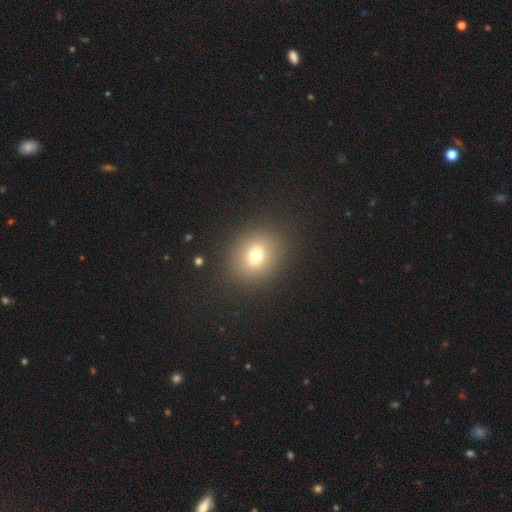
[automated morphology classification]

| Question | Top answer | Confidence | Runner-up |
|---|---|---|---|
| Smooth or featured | smooth | 71% | star or artifact (17%) |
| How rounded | round | 70% | in between (29%) |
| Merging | none | 88% | minor disturbance (7%) |